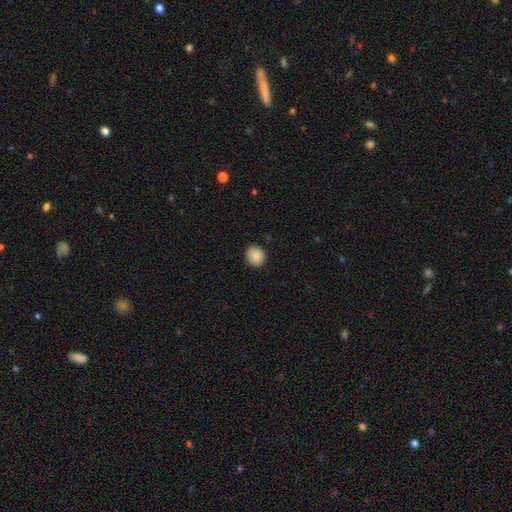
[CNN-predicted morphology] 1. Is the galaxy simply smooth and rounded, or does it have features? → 89% smooth, 8% star or artifact, 3% featured or disk.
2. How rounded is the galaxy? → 81% round, 18% in between, 1% cigar-shaped.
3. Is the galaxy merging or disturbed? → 89% none, 8% minor disturbance, 2% major disturbance, 1% merger.